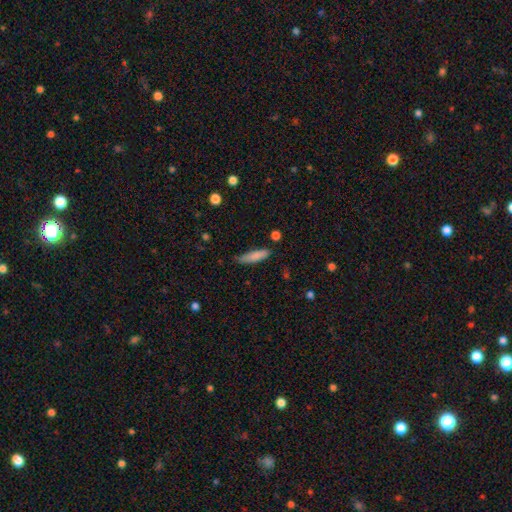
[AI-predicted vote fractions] smooth-or-featured: smooth: 83% | featured or disk: 10% | star or artifact: 7%
  how-rounded: cigar-shaped: 73% | in between: 26% | round: 1%
  merging: none: 75% | minor disturbance: 20% | major disturbance: 3% | merger: 2%